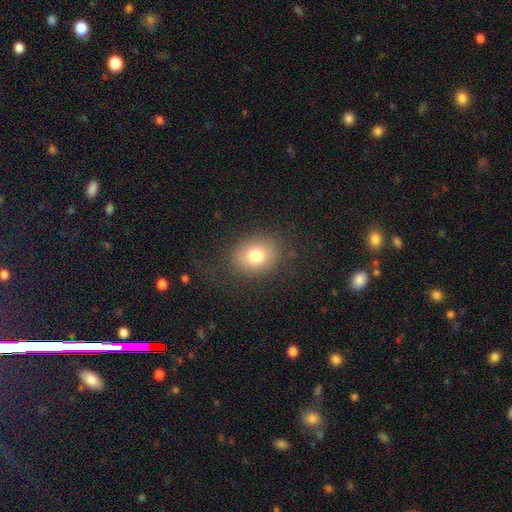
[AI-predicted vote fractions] smooth-or-featured: smooth: 76% | featured or disk: 12% | star or artifact: 12%
  how-rounded: round: 54% | in between: 45% | cigar-shaped: 1%
  merging: none: 81% | minor disturbance: 12% | major disturbance: 6% | merger: 1%